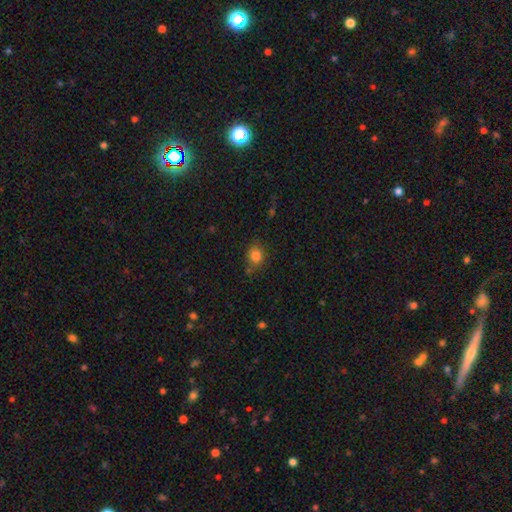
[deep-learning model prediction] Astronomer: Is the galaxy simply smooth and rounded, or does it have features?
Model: smooth — 83%.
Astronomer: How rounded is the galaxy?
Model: round — 58% (runner-up: in between, 41%).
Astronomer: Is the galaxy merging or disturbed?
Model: none — 69%.